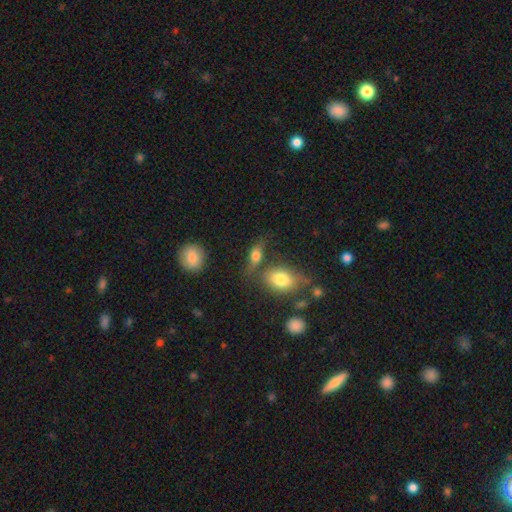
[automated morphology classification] This appears to be a smooth galaxy with no disk features (62%) that is in between round and cigar-shaped (71%). Merging: none (58%).